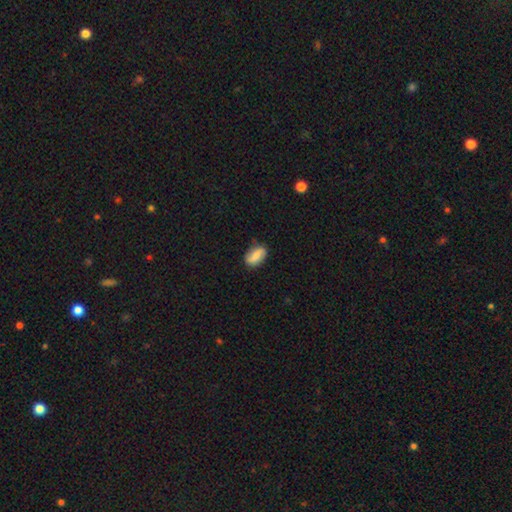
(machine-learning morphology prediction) Smooth or featured?
  - smooth: 62% *
  - featured or disk: 30%
  - star or artifact: 8%
How rounded?
  - in between: 88% *
  - round: 8%
  - cigar-shaped: 4%
Merging?
  - none: 78% *
  - minor disturbance: 17%
  - major disturbance: 4%
  - merger: 2%